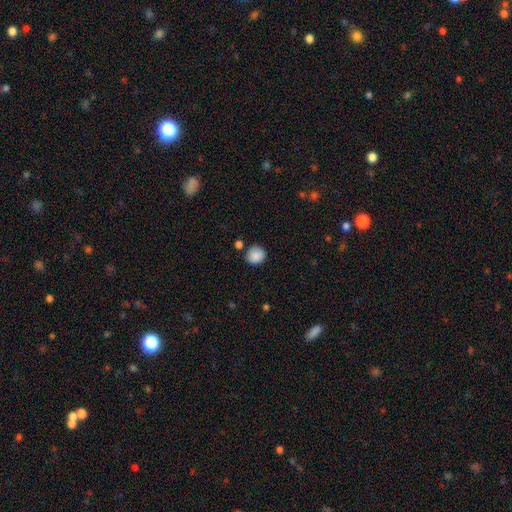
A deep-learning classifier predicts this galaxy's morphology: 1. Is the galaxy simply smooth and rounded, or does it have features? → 87% smooth, 8% star or artifact, 5% featured or disk.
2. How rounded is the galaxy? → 84% round, 15% in between, 1% cigar-shaped.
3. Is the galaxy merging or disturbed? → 78% none, 13% minor disturbance, 5% merger, 3% major disturbance.